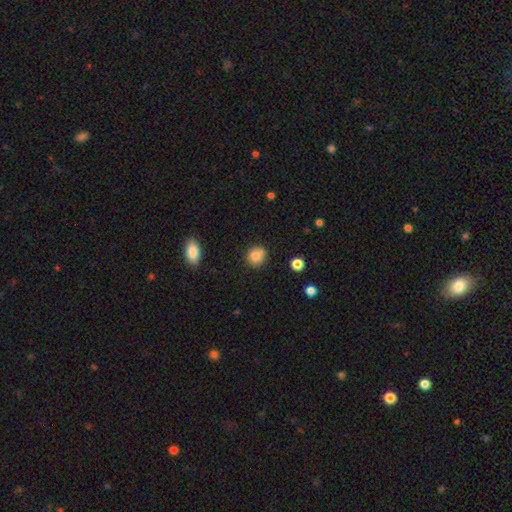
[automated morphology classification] smooth 83%, star or artifact 10%, featured or disk 7%. Down the decision tree: how rounded — round (83%); merging — none (70%).